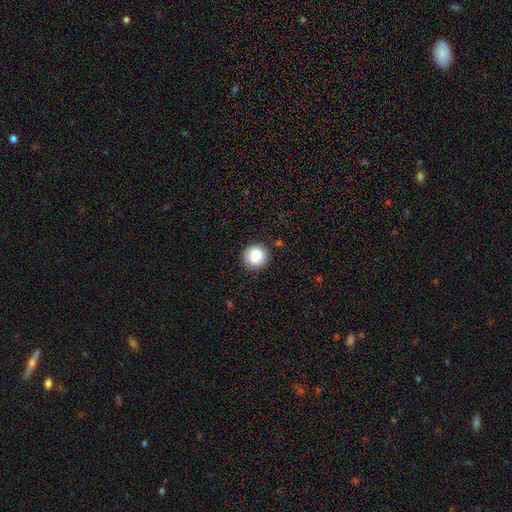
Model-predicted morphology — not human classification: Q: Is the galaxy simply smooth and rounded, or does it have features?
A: smooth — 86%.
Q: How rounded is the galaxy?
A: round — 93%.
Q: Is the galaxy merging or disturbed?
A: none — 87%.